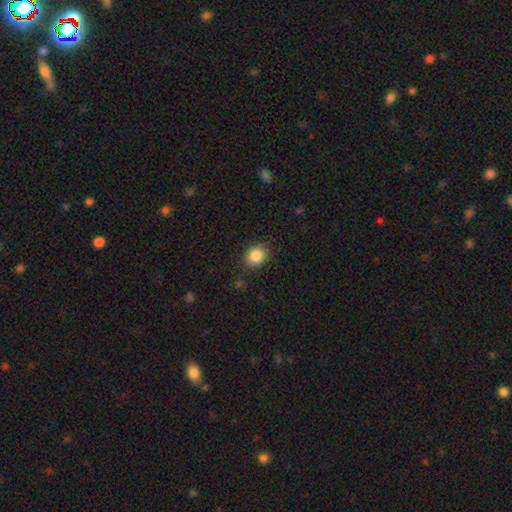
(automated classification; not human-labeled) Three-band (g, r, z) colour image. It shows a smooth galaxy with no disk features (87%) that is round (60%). Merging: none (84%).